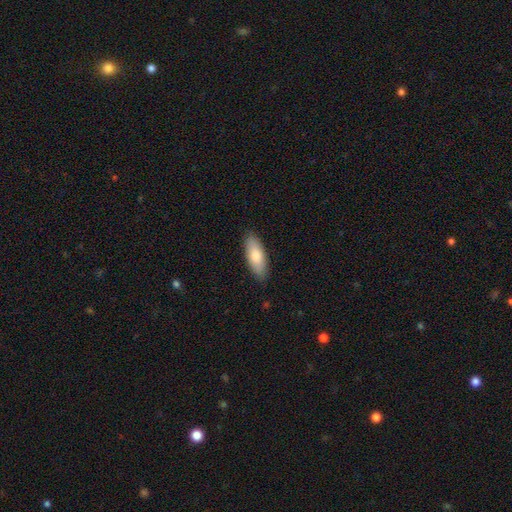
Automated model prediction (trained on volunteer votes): Smooth or featured? Predicted: smooth (p=0.75). How rounded? Predicted: in between (p=0.71). Merging? Predicted: none (p=0.88).